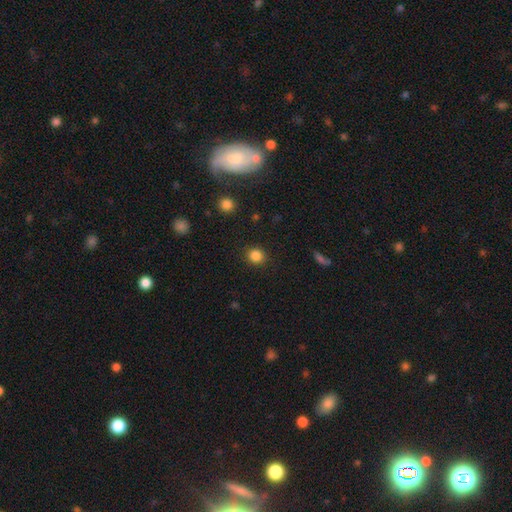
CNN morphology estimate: Overall: smooth (85%). How rounded: round (82%). Merging: none (89%).